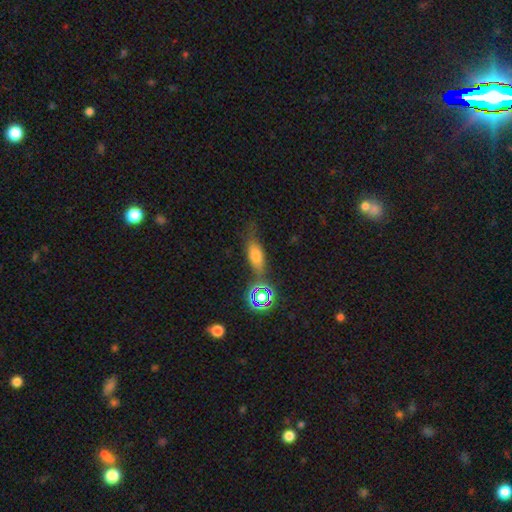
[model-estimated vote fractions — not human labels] Smooth or featured? Predicted: smooth (p=0.62). How rounded? Predicted: in between (p=0.61). Merging? Predicted: none (p=0.61).